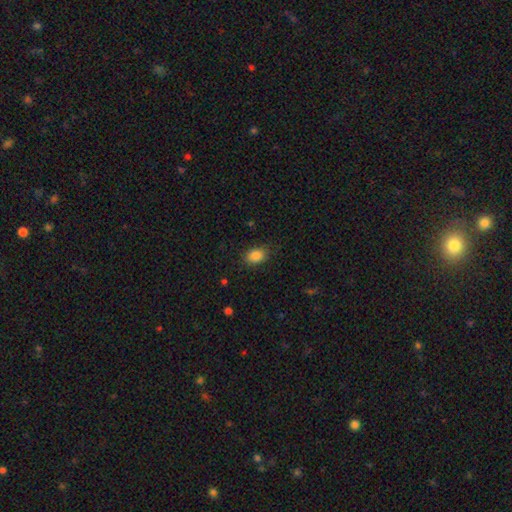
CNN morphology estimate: smooth_or_featured: smooth (p=0.85) [alt: star or artifact p=0.09]
how_rounded: in between (p=0.70) [alt: round p=0.28]
merging: none (p=0.80) [alt: minor disturbance p=0.15]